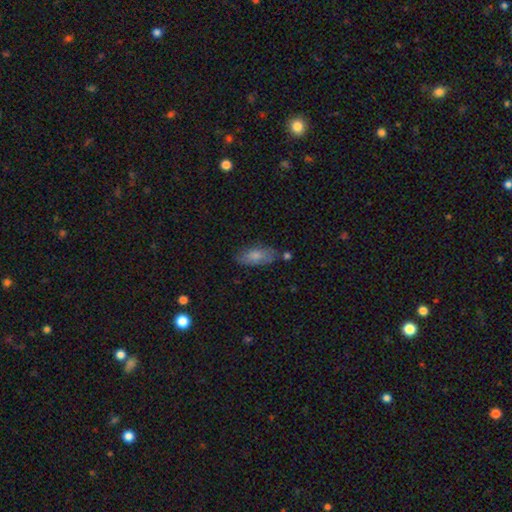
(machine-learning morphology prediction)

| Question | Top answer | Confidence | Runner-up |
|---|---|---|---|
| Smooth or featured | smooth | 78% | featured or disk (15%) |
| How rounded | in between | 84% | cigar-shaped (13%) |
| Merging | none | 69% | minor disturbance (21%) |